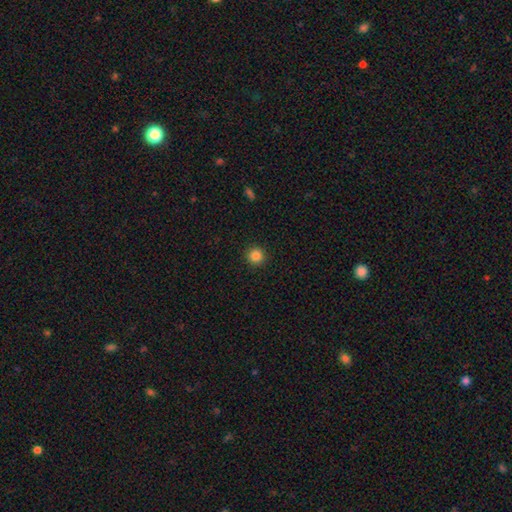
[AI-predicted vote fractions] Smooth or featured? Predicted: smooth (p=0.85). How rounded? Predicted: round (p=0.95). Merging? Predicted: none (p=0.93).